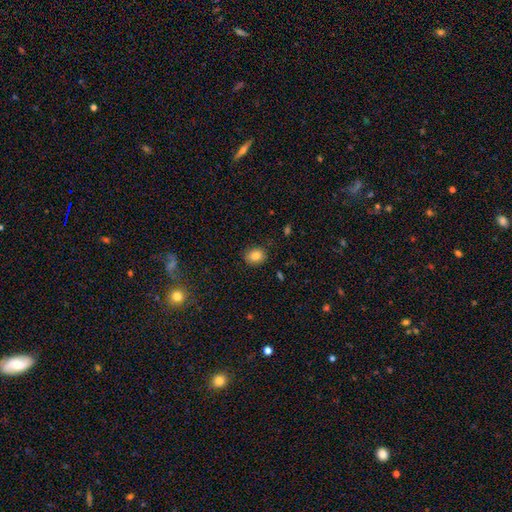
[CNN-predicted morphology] Smooth or featured?
  - smooth: 83% *
  - star or artifact: 10%
  - featured or disk: 7%
How rounded?
  - round: 53% *
  - in between: 46%
  - cigar-shaped: 1%
Merging?
  - none: 86% *
  - minor disturbance: 10%
  - major disturbance: 2%
  - merger: 1%